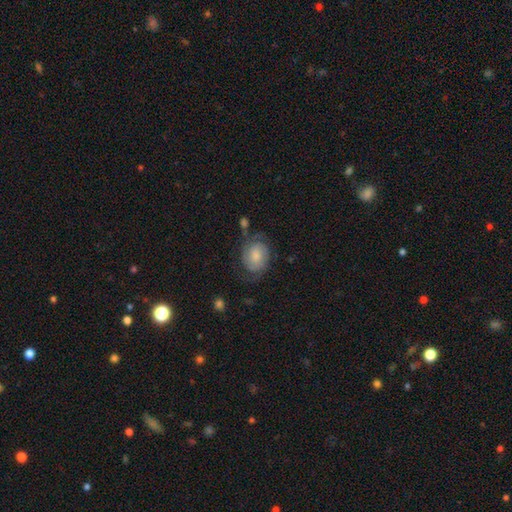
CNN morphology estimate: The model was most divided on "spiral winding": tight: 43%, medium: 39%, loose: 18%. Remaining: edge-on disk — no (97%); spiral arms — yes (92%); spiral arm count — 2 (81%); bar — no (68%); smooth or featured — featured or disk (67%); merging — none (60%); bulge size — moderate (37%).